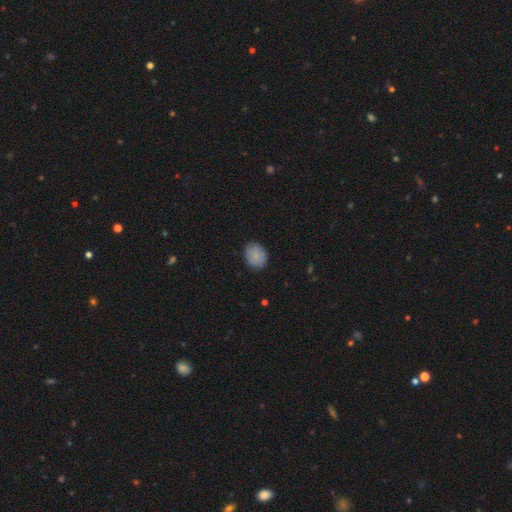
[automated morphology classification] smooth-or-featured: smooth: 81% | featured or disk: 11% | star or artifact: 8%
  how-rounded: round: 55% | in between: 44% | cigar-shaped: 1%
  merging: none: 81% | minor disturbance: 15% | major disturbance: 3% | merger: 1%